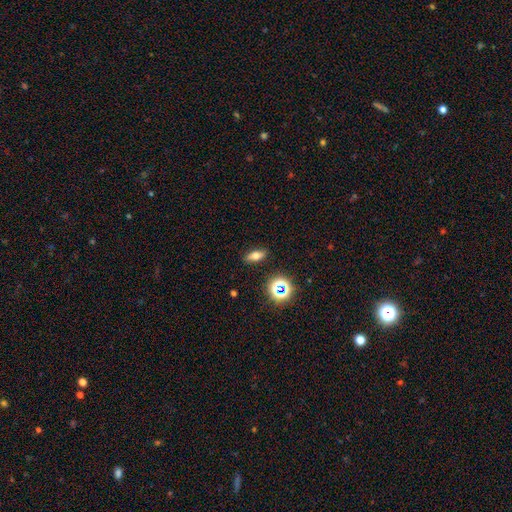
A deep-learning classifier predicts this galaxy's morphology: Q: Smooth or featured?
A: smooth (64%); runner-up: featured or disk (20%)
Q: How rounded?
A: in between (69%); runner-up: cigar-shaped (22%)
Q: Merging?
A: none (88%); runner-up: minor disturbance (8%)